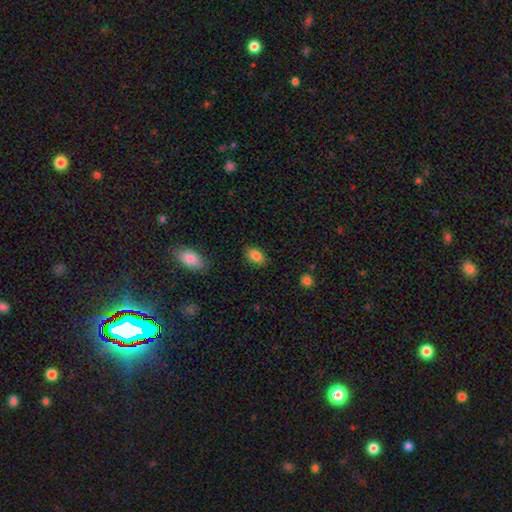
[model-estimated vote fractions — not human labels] This appears to be a smooth galaxy with no disk features (85%) that is in between round and cigar-shaped (89%). Merging: none (86%).